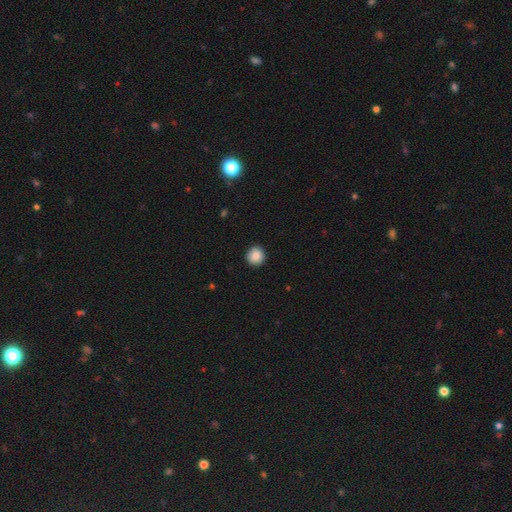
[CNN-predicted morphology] smooth 85%, star or artifact 8%, featured or disk 6%. Down the decision tree: how rounded — round (93%); merging — none (91%).